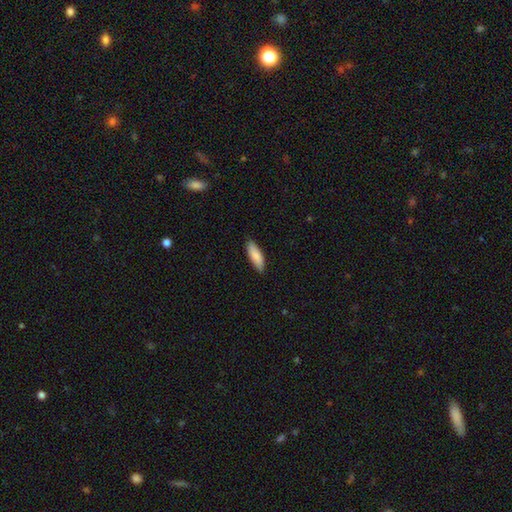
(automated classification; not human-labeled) smooth_or_featured: smooth (p=0.86) [alt: featured or disk p=0.09]
how_rounded: in between (p=0.52) [alt: cigar-shaped p=0.46]
merging: none (p=0.85) [alt: minor disturbance p=0.13]